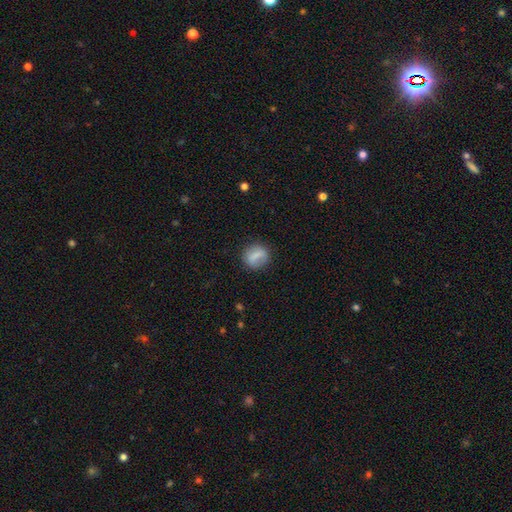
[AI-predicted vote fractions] A smooth galaxy with no disk features (66%) that is round (72%). Merging: none (80%).